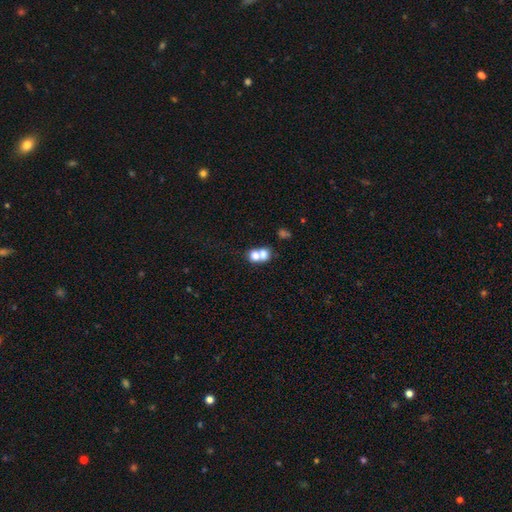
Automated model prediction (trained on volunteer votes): smooth-or-featured: smooth: 71% | featured or disk: 16% | star or artifact: 12%
  how-rounded: round: 69% | in between: 29% | cigar-shaped: 1%
  merging: merger: 61% | none: 30% | minor disturbance: 5% | major disturbance: 3%